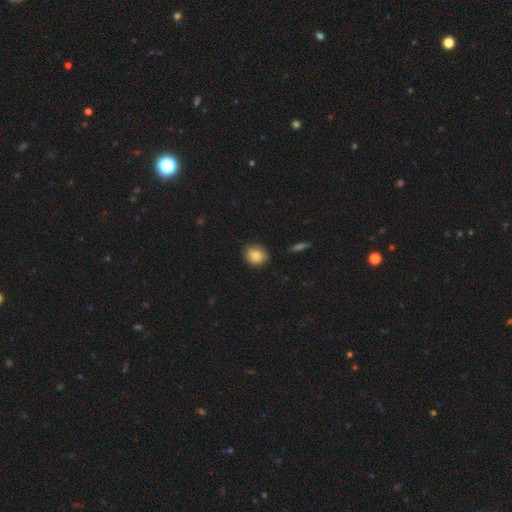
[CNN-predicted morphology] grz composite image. It shows a smooth galaxy with no disk features (86%) that is round (69%). Merging: none (84%).